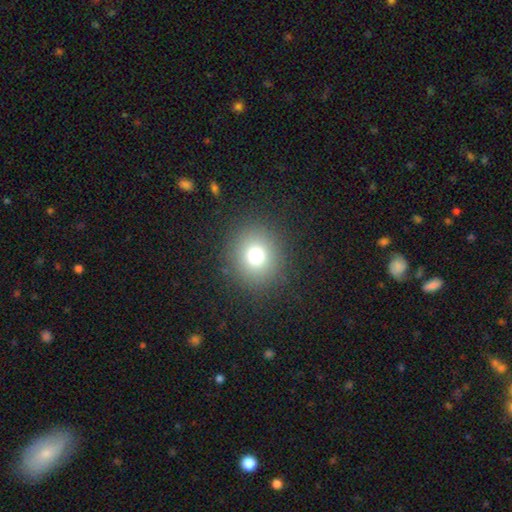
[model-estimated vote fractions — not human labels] Q: Smooth or featured?
A: smooth (75%); runner-up: star or artifact (15%)
Q: How rounded?
A: round (83%); runner-up: in between (16%)
Q: Merging?
A: none (91%); runner-up: minor disturbance (6%)